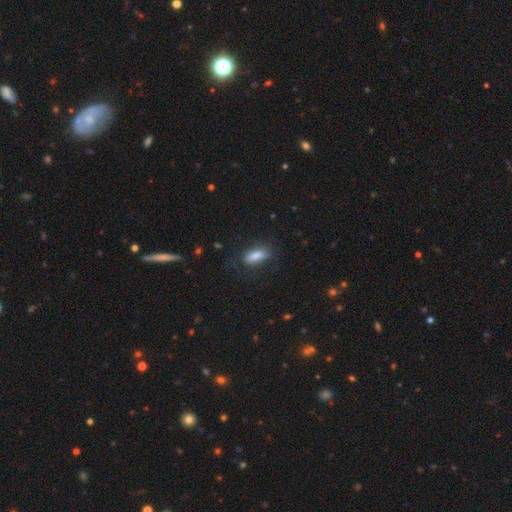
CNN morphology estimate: type=smooth (78%); roundness=in between (66%); merging=none (68%).